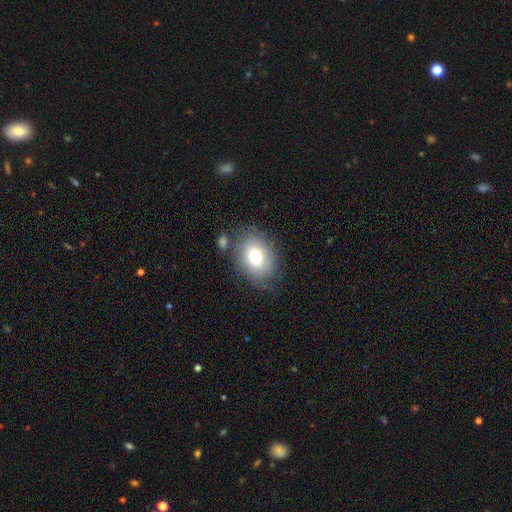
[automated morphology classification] This is likely a smooth galaxy (74%). How rounded: likely in between (79%). Merging: likely none (70%).